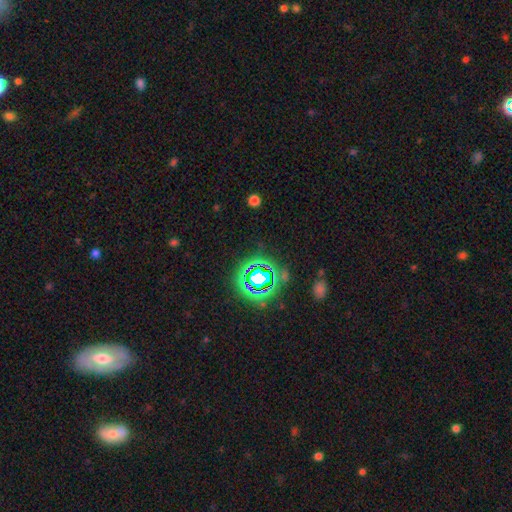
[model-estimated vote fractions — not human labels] A star or artifact, not a galaxy (75%).